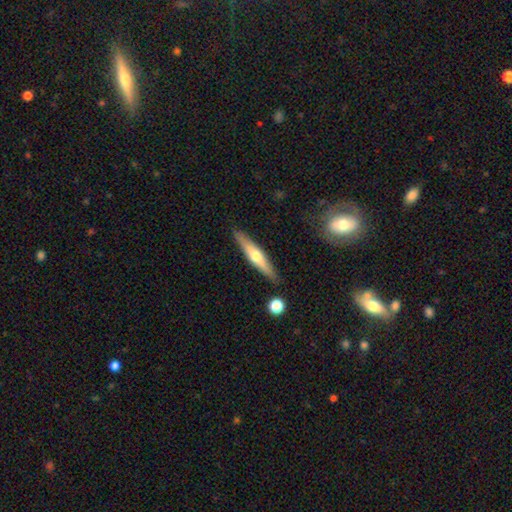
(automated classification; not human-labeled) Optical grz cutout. It shows a featured or disk galaxy (54%) viewed edge-on (93%) with a rounded central bulge (88%). Merging: none (88%).